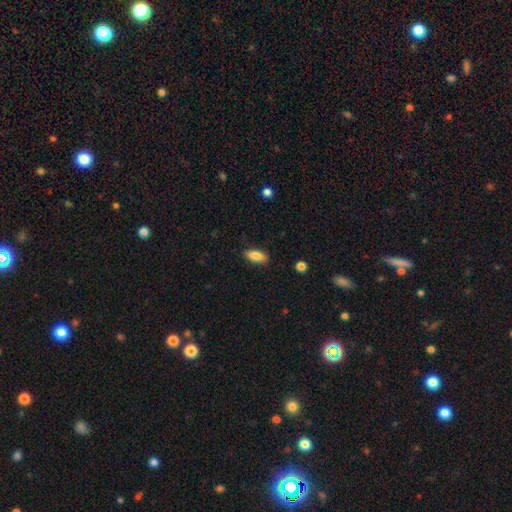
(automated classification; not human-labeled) Smooth or featured?
  - smooth: 83% *
  - featured or disk: 10%
  - star or artifact: 7%
How rounded?
  - in between: 80% *
  - cigar-shaped: 18%
  - round: 3%
Merging?
  - none: 86% *
  - minor disturbance: 11%
  - major disturbance: 2%
  - merger: 1%